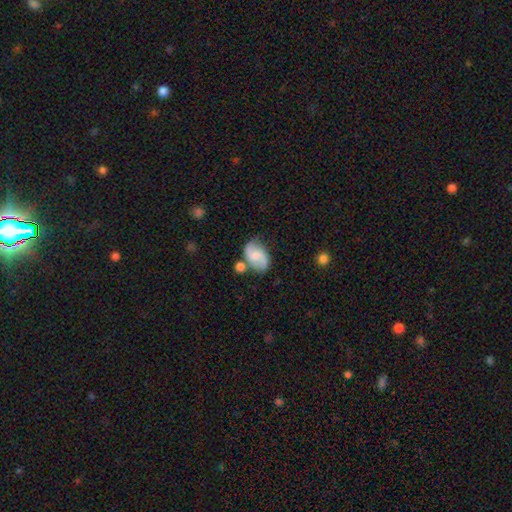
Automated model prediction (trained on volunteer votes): This appears to be a featured or disk galaxy (65%) with no bar (51%), 2 (91%) loose (46%) spiral arms (93%) and a small central bulge (40%). Merging: none (63%).